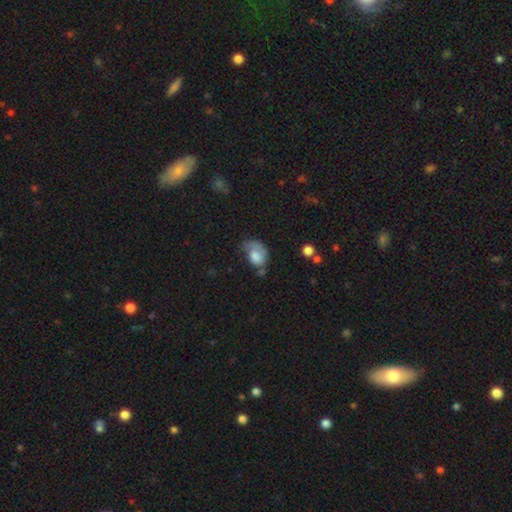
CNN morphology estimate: A smooth galaxy with no disk features (66%) that is in between round and cigar-shaped (73%).

Vote fractions:
- Smooth or featured? smooth: 66% / featured or disk: 26% / star or artifact: 8%
- How rounded? in between: 73% / round: 26% / cigar-shaped: 1%
- Merging? major disturbance: 38% / minor disturbance: 28% / none: 27% / merger: 7%